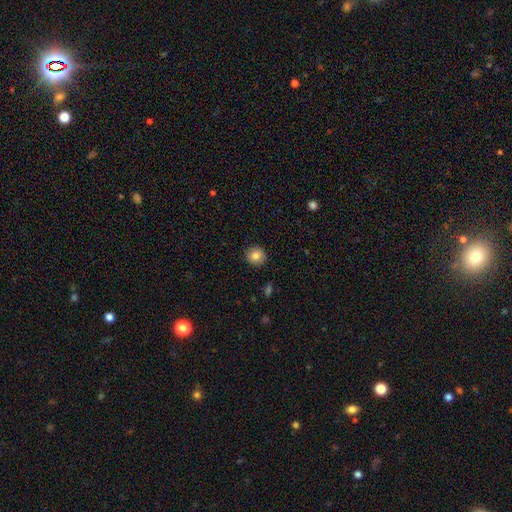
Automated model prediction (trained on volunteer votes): This appears to be a smooth galaxy with no disk features (83%) that is round (92%). Merging: none (91%).